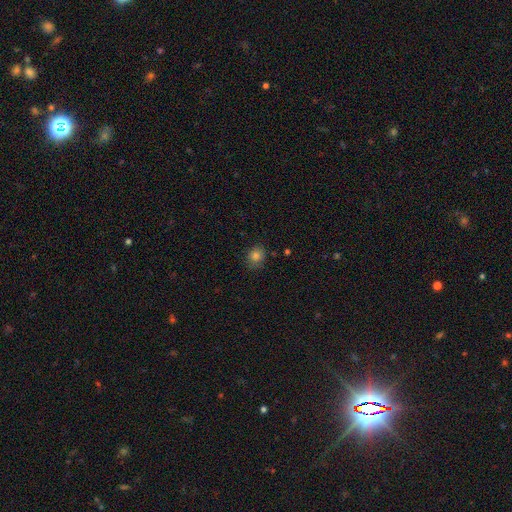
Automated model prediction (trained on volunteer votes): Morphology: type=smooth (80%); roundness=round (74%); merging=none (82%).